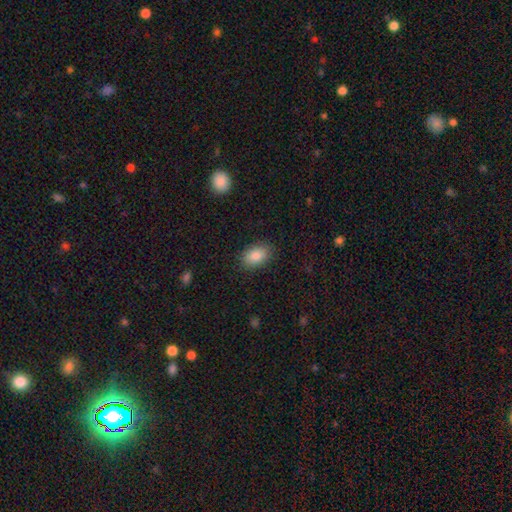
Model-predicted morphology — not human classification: smooth-or-featured: smooth: 84% | featured or disk: 8% | star or artifact: 8%
  how-rounded: in between: 88% | round: 10% | cigar-shaped: 1%
  merging: none: 86% | minor disturbance: 11% | major disturbance: 3% | merger: 1%